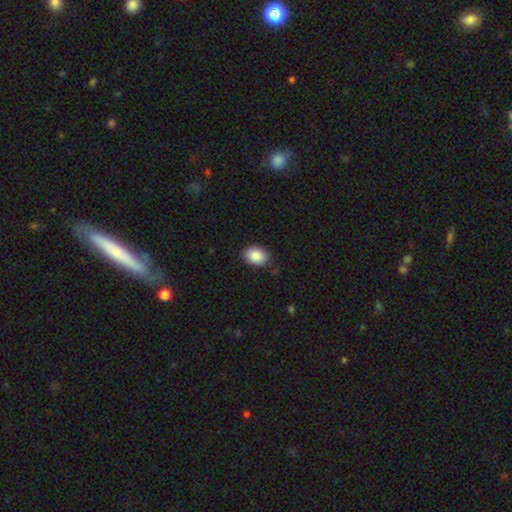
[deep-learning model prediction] This is clearly a smooth galaxy (87%). How rounded: likely in between (76%). Merging: clearly none (80%).